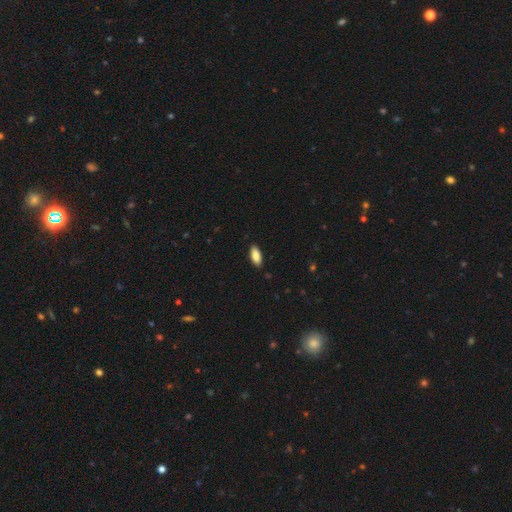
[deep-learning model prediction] This appears to be a smooth galaxy with no disk features (87%) that is in between round and cigar-shaped (83%). Merging: none (88%).